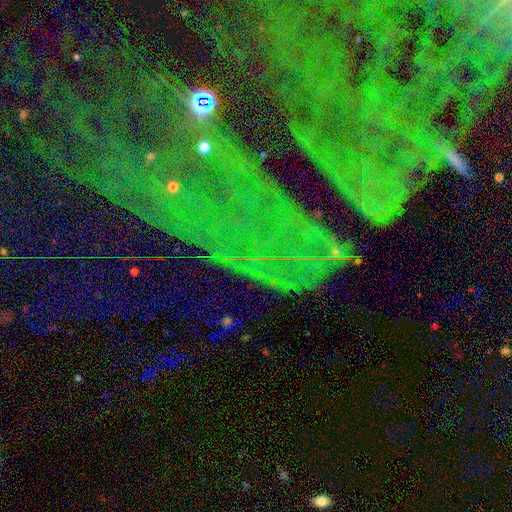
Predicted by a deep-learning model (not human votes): The model was most divided on "smooth or featured": star or artifact: 70%, featured or disk: 17%, smooth: 13%.